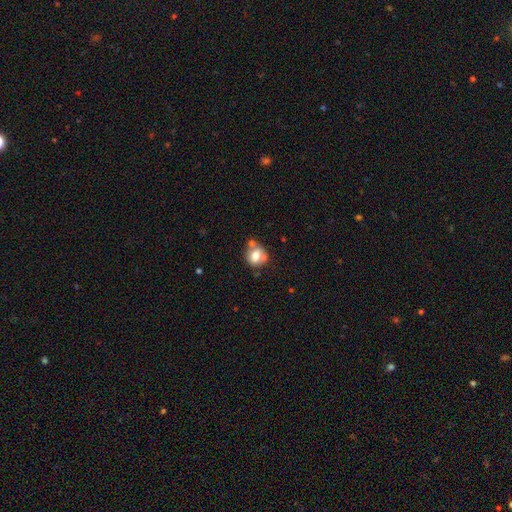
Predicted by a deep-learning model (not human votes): The model was most divided on "merging": none: 42%, merger: 25%, minor disturbance: 23%, major disturbance: 9%. More confident: how rounded — round (68%); smooth or featured — smooth (65%).